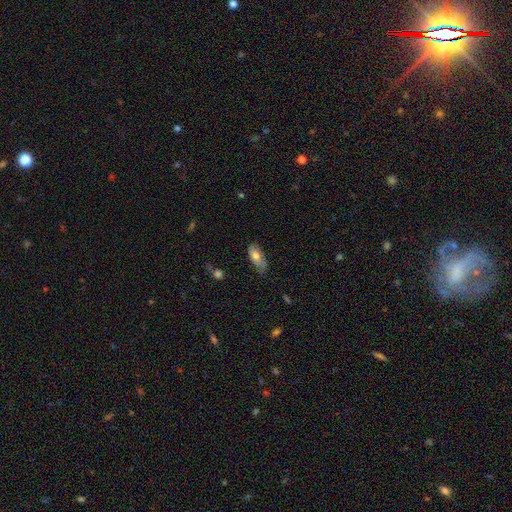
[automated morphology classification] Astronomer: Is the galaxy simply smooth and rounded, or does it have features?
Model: smooth — 72%.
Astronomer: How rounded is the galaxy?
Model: in between — 82%.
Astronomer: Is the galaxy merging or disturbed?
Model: none — 60%.